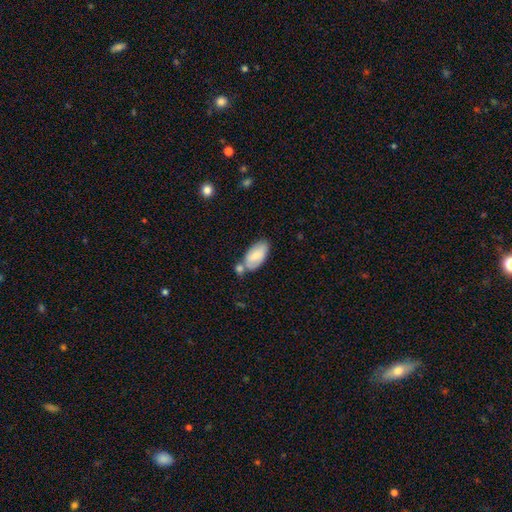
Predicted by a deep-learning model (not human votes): This is likely a smooth galaxy (74%). How rounded: clearly in between (94%). Merging: possibly none (49%).